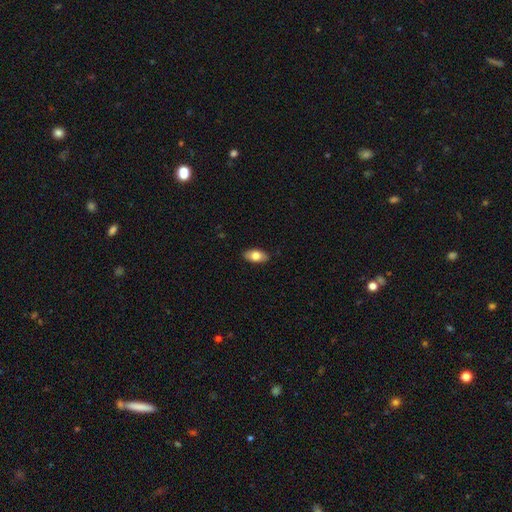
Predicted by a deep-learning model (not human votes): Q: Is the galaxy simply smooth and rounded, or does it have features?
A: smooth — 78%.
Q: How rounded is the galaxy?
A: in between — 92%.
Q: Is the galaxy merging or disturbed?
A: none — 88%.